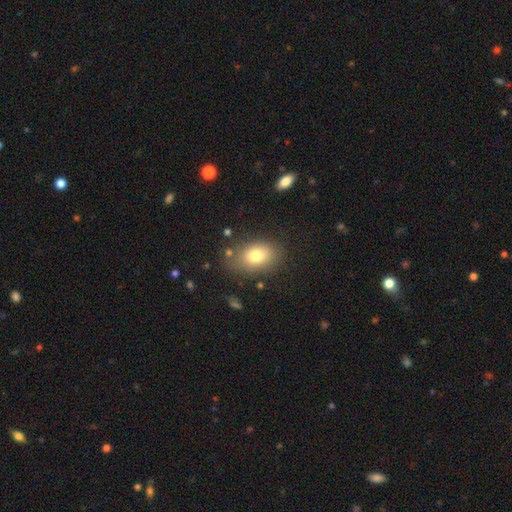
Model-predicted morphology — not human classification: A smooth galaxy with no disk features (77%) that is in between round and cigar-shaped (80%). Merging: none (75%).